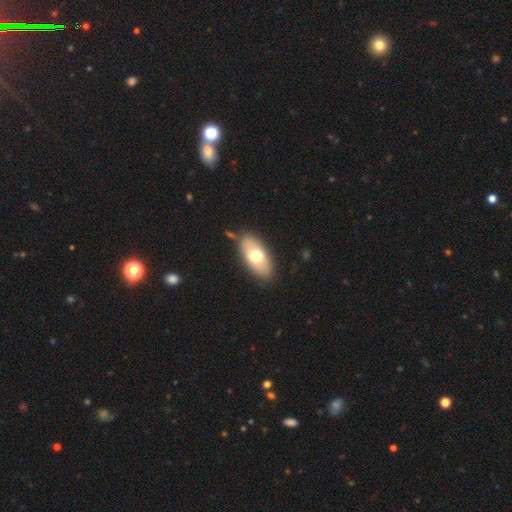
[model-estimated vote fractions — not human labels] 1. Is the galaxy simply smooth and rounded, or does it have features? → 66% smooth, 28% featured or disk, 6% star or artifact.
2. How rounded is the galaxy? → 87% in between, 10% cigar-shaped, 3% round.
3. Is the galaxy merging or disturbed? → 82% none, 11% minor disturbance, 4% merger, 3% major disturbance.